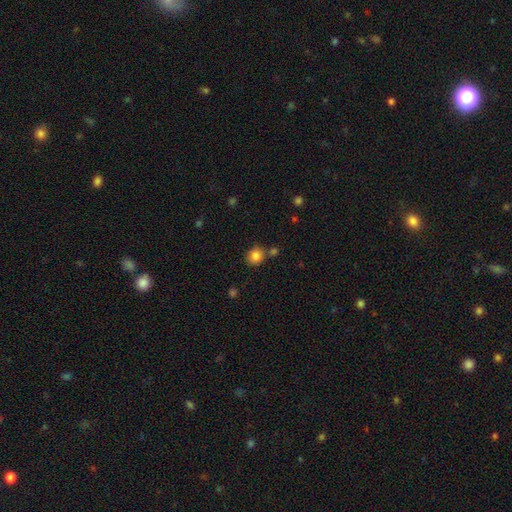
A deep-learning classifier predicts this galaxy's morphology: A smooth galaxy with no disk features (85%) that is round (84%).

Vote fractions:
- Smooth or featured? smooth: 85% / star or artifact: 10% / featured or disk: 5%
- How rounded? round: 84% / in between: 15% / cigar-shaped: 1%
- Merging? none: 74% / merger: 12% / minor disturbance: 11% / major disturbance: 3%